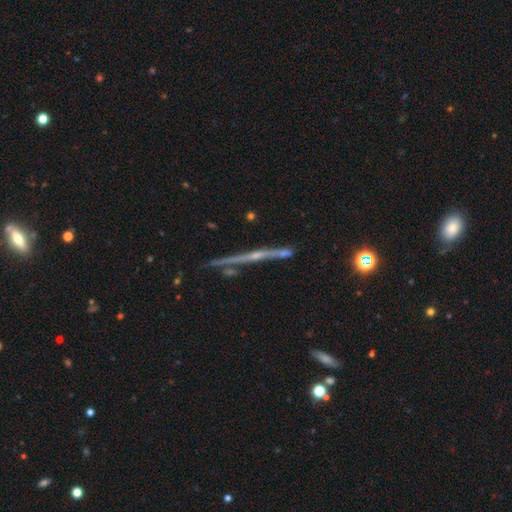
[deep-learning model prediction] Smooth or featured? featured or disk (81%)
Edge-on disk? yes (97%)
Edge-on bulge? rounded (62%)
Merging? none (78%)